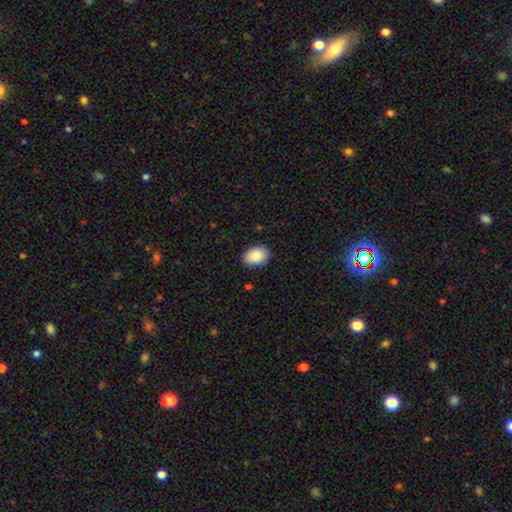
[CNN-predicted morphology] Smooth or featured? smooth (88%)
How rounded? in between (81%)
Merging? none (86%)